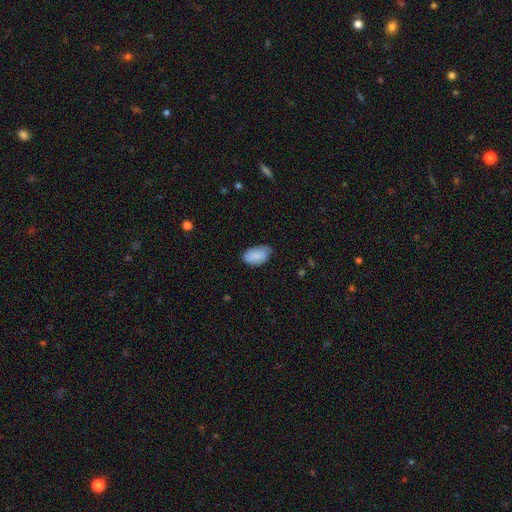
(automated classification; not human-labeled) Overall: smooth (83%). How rounded: in between (93%). Merging: none (57%; minor disturbance 35%).